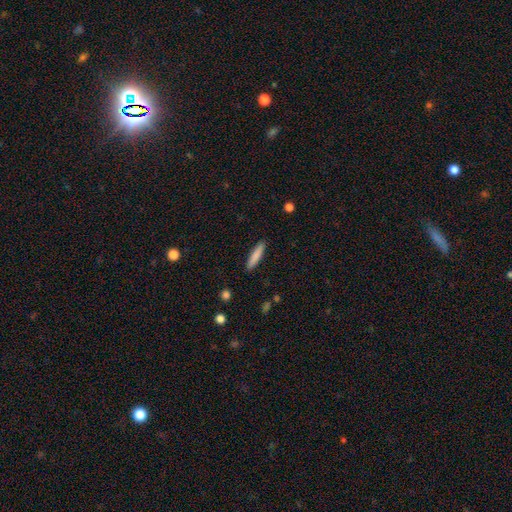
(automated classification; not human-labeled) A smooth galaxy with no disk features (82%) that is cigar-shaped (87%).

Vote fractions:
- Smooth or featured? smooth: 82% / featured or disk: 12% / star or artifact: 6%
- How rounded? cigar-shaped: 87% / in between: 12% / round: 1%
- Merging? none: 90% / minor disturbance: 7% / major disturbance: 2% / merger: 1%